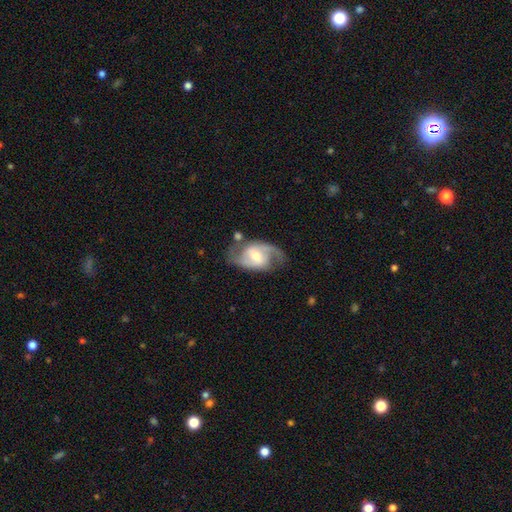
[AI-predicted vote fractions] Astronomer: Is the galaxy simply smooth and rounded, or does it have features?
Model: featured or disk — 83%.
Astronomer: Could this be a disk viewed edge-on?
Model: no — 96%.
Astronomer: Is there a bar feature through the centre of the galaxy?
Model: weak — 47% (runner-up: no, 36%).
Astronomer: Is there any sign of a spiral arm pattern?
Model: yes — 93%.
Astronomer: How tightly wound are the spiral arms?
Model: medium — 51% (runner-up: loose, 31%).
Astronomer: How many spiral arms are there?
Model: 2 — 88%.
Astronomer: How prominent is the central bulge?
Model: moderate — 60%.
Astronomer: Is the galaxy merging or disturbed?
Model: none — 69%.